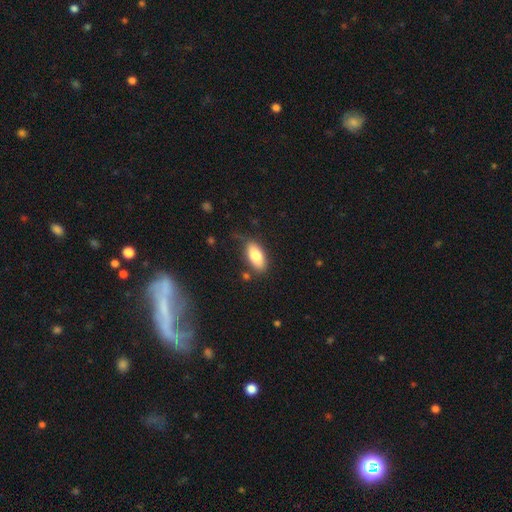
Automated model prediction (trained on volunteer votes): Q: Smooth or featured?
A: smooth (80%); runner-up: featured or disk (13%)
Q: How rounded?
A: in between (89%); runner-up: cigar-shaped (8%)
Q: Merging?
A: none (73%); runner-up: minor disturbance (18%)